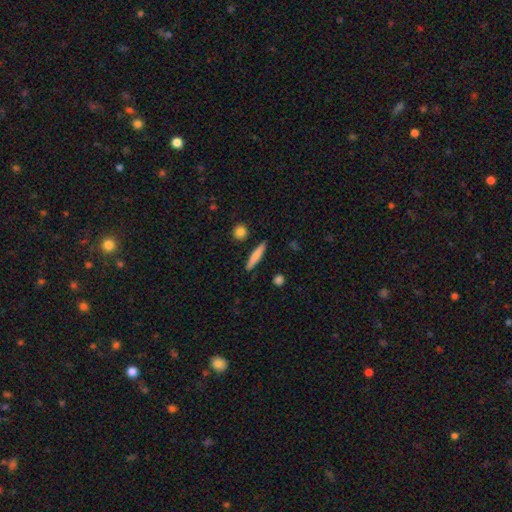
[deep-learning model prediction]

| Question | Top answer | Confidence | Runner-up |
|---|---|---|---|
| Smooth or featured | smooth | 75% | featured or disk (19%) |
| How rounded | cigar-shaped | 89% | in between (9%) |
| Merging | none | 89% | minor disturbance (7%) |